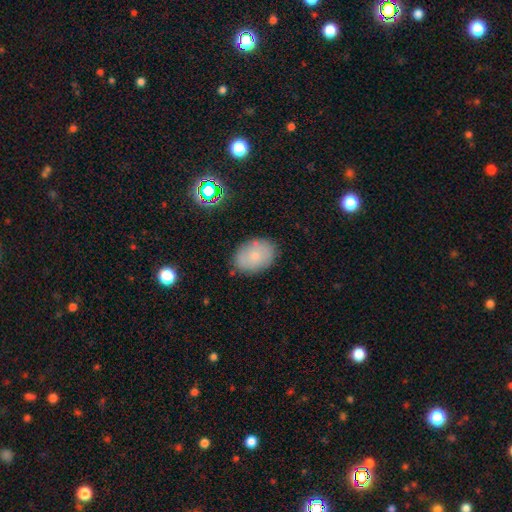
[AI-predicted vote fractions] smooth 74%, featured or disk 17%, star or artifact 9%. Down the decision tree: how rounded — in between (79%); merging — none (82%).